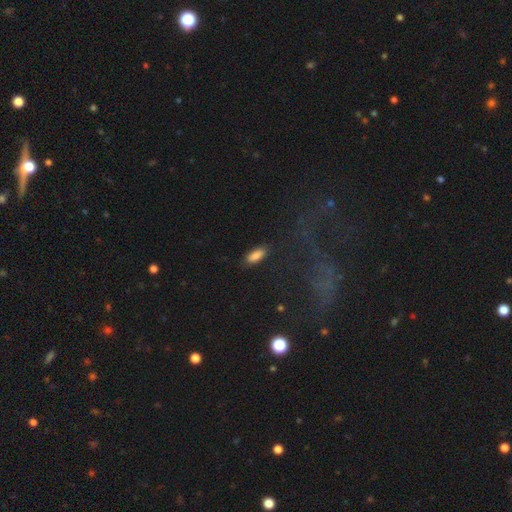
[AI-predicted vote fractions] Smooth or featured? smooth (86%)
How rounded? in between (76%)
Merging? none (86%)